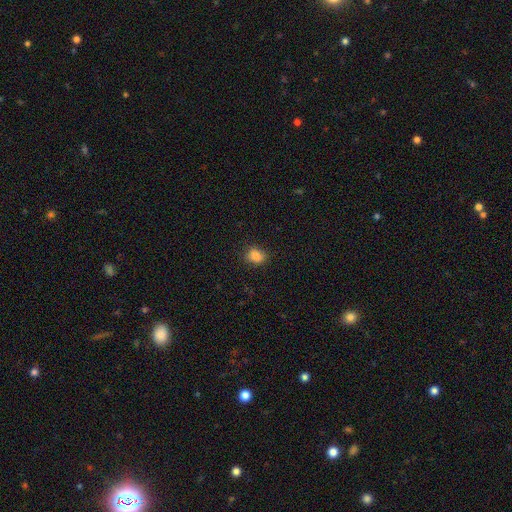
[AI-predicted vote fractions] A smooth galaxy with no disk features (85%) that is in between round and cigar-shaped (55%).

Vote fractions:
- Smooth or featured? smooth: 85% / star or artifact: 10% / featured or disk: 4%
- How rounded? in between: 55% / round: 44% / cigar-shaped: 1%
- Merging? none: 84% / minor disturbance: 12% / major disturbance: 3% / merger: 1%